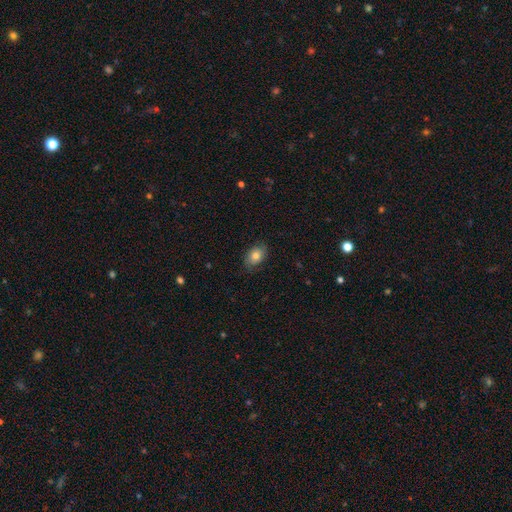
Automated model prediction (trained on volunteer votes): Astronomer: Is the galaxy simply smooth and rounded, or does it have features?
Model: smooth — 77%.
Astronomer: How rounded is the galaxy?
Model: in between — 79%.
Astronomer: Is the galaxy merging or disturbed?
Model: none — 79%.